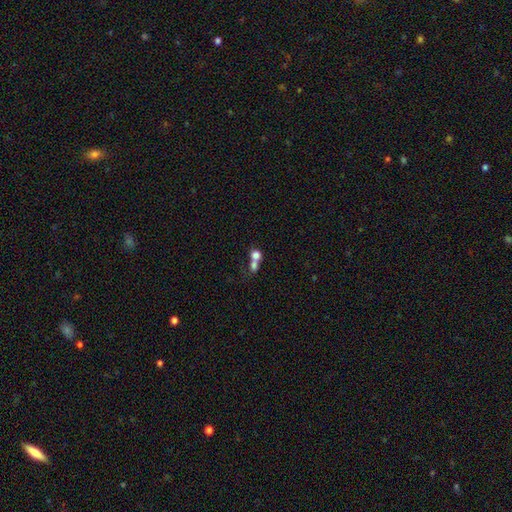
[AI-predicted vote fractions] Overall: smooth (73%). How rounded: round (63%; in between 35%). Merging: merger (66%).